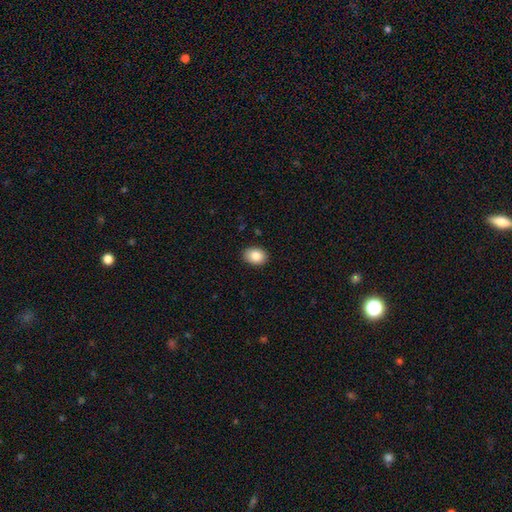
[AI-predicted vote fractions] Morphology: type=smooth (85%); roundness=in between (66%); merging=none (89%).